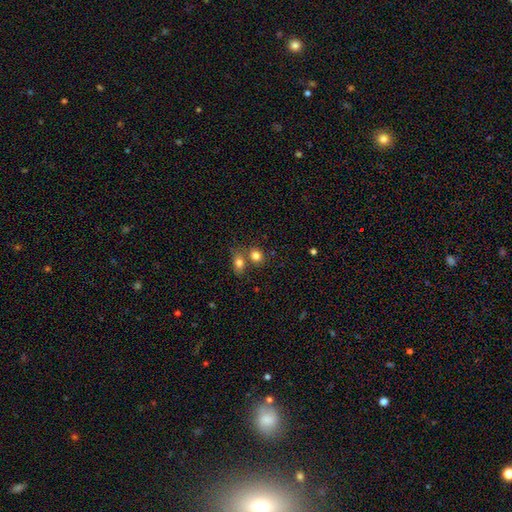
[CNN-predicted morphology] This appears to be a smooth galaxy with no disk features (82%) that is round (58%). Merging: none (50%).